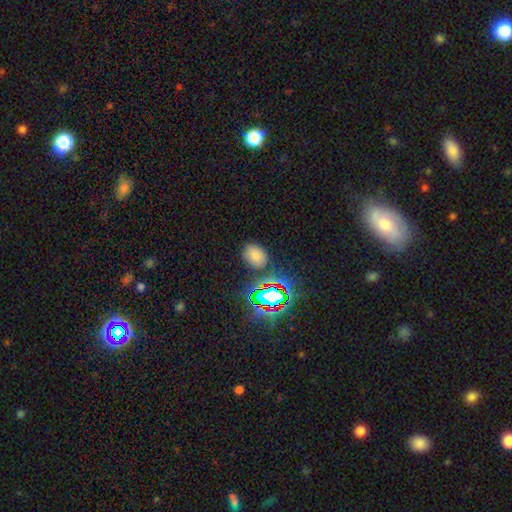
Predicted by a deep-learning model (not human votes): Smooth or featured?
  - smooth: 68% *
  - star or artifact: 24%
  - featured or disk: 9%
How rounded?
  - in between: 61% *
  - round: 37%
  - cigar-shaped: 1%
Merging?
  - none: 80% *
  - minor disturbance: 13%
  - major disturbance: 4%
  - merger: 4%